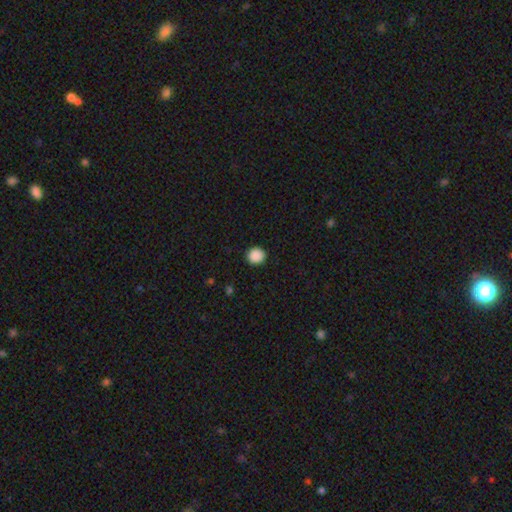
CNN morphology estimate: This is clearly a smooth galaxy (89%). How rounded: clearly round (89%). Merging: clearly none (91%).